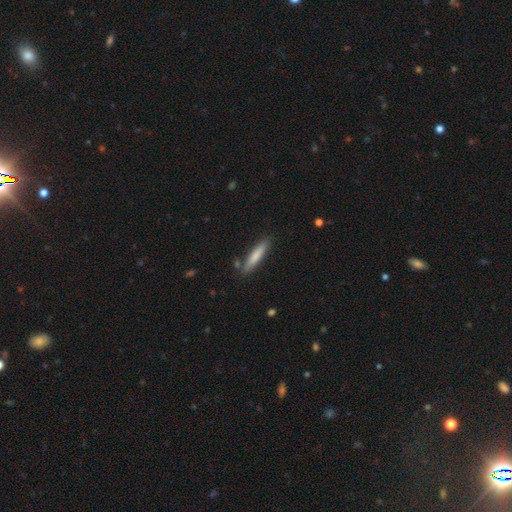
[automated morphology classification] A smooth galaxy with no disk features (77%) that is cigar-shaped (88%). Merging: none (84%).